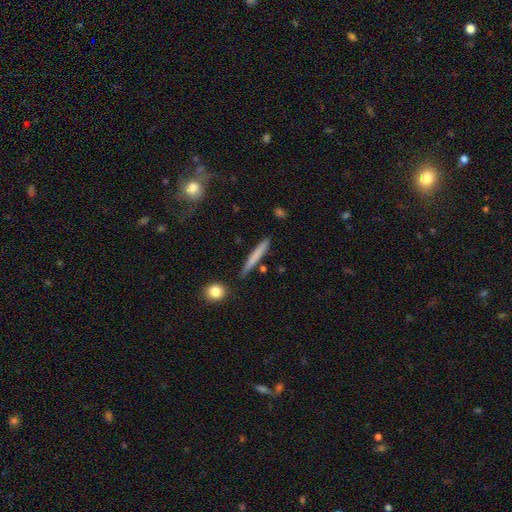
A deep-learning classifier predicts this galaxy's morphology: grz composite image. It shows a smooth galaxy with no disk features (67%) that is cigar-shaped (95%). Merging: none (86%).